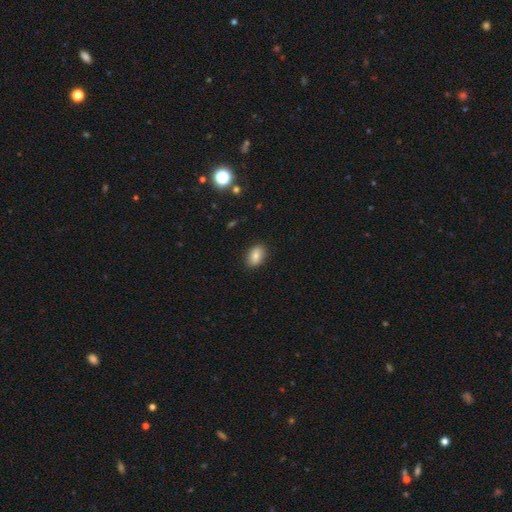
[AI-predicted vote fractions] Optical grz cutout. It shows a smooth galaxy with no disk features (80%) that is in between round and cigar-shaped (84%). Merging: none (87%).